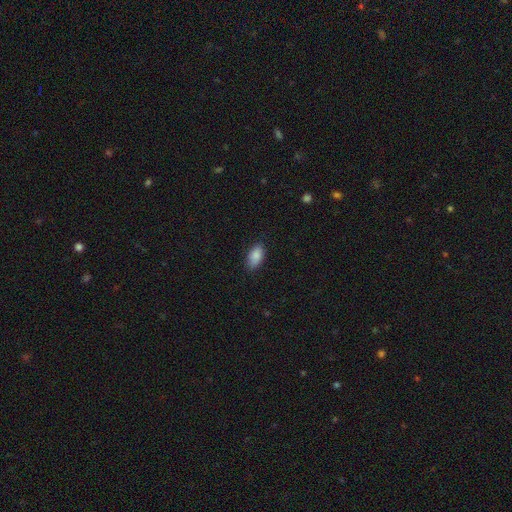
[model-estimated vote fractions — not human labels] Smooth or featured? smooth (86%)
How rounded? in between (92%)
Merging? none (82%)